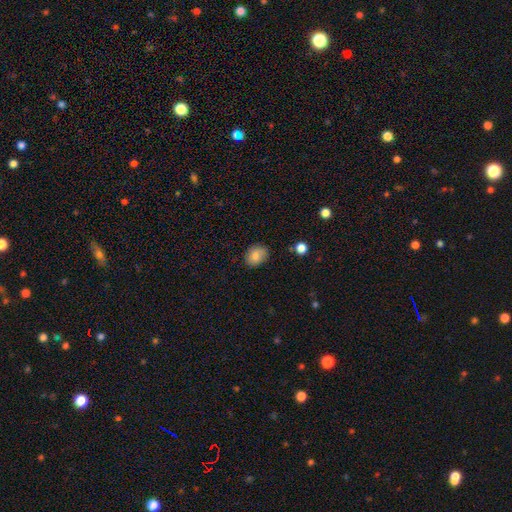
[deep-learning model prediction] Smooth or featured? smooth (82%)
How rounded? in between (56%)
Merging? none (79%)